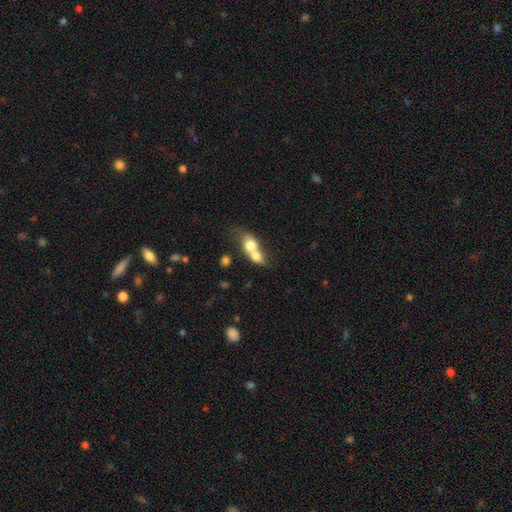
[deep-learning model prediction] A smooth galaxy with no disk features (69%) that is in between round and cigar-shaped (54%).

Vote fractions:
- Smooth or featured? smooth: 69% / featured or disk: 23% / star or artifact: 8%
- How rounded? in between: 54% / round: 41% / cigar-shaped: 5%
- Merging? merger: 77% / none: 13% / minor disturbance: 5% / major disturbance: 4%